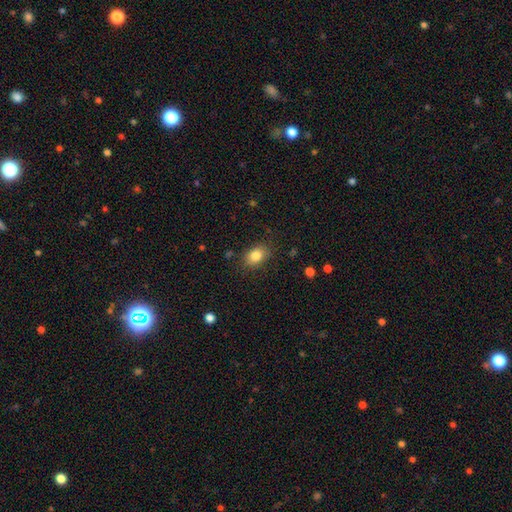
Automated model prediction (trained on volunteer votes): Smooth or featured? Predicted: smooth (p=0.83). How rounded? Predicted: in between (p=0.69). Merging? Predicted: none (p=0.83).